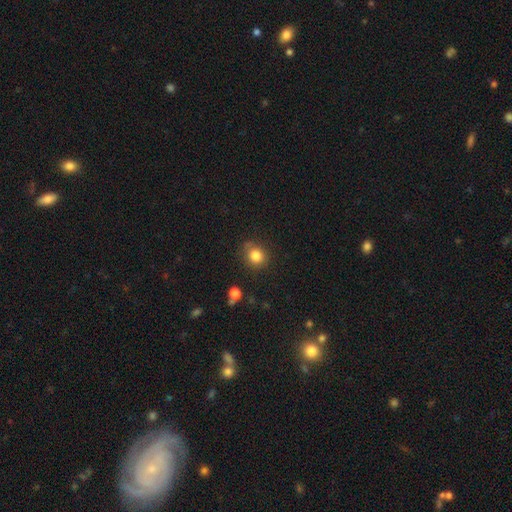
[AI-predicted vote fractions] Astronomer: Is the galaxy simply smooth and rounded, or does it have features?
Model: smooth — 83%.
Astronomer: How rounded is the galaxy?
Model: round — 80%.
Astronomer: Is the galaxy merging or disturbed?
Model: none — 75%.